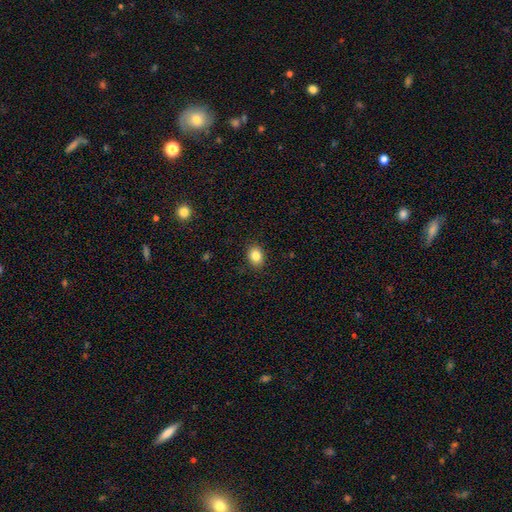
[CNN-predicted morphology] This is clearly a smooth galaxy (84%). How rounded: possibly in between (59%). Merging: clearly none (88%).